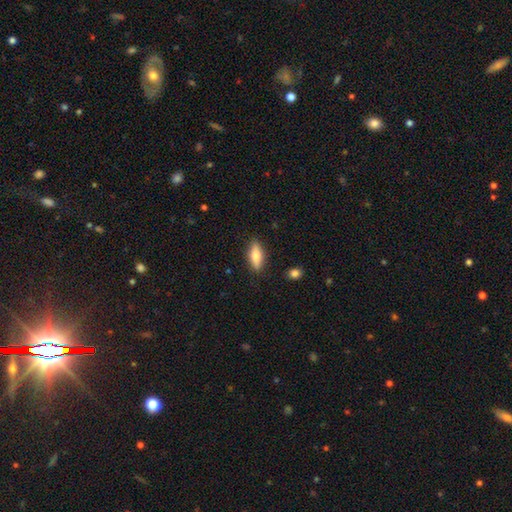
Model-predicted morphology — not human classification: Smooth or featured?
  - smooth: 71% *
  - featured or disk: 22%
  - star or artifact: 6%
How rounded?
  - in between: 65% *
  - cigar-shaped: 33%
  - round: 3%
Merging?
  - none: 86% *
  - minor disturbance: 10%
  - major disturbance: 2%
  - merger: 1%